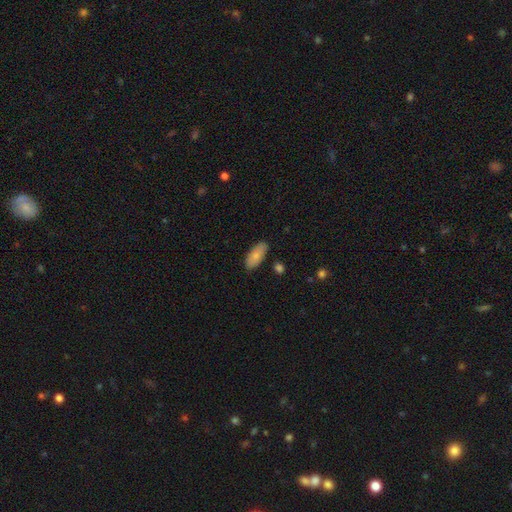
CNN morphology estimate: The model was most divided on "smooth or featured": smooth: 82%, featured or disk: 12%, star or artifact: 6%. More confident: how rounded — in between (85%); merging — none (85%).